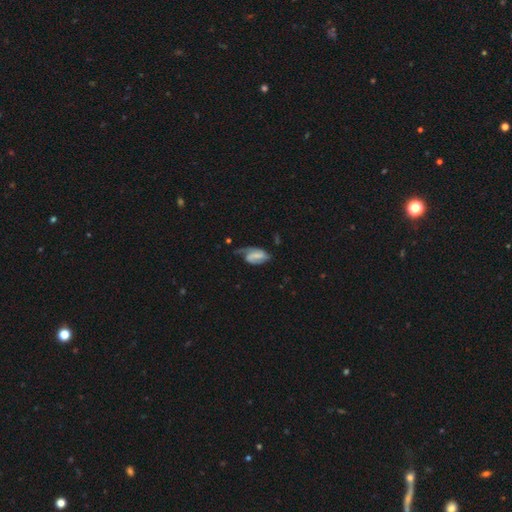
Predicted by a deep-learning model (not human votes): This is likely a featured or disk galaxy (66%). It is clearly not viewed edge-on (96%). Bar: marginally weak (42%). Spiral arm pattern: clearly yes (89%). Spiral arm count: likely 2 (61%). Spiral winding: marginally medium (41%). Central bulge: marginally small (40%). Merging: marginally none (38%).